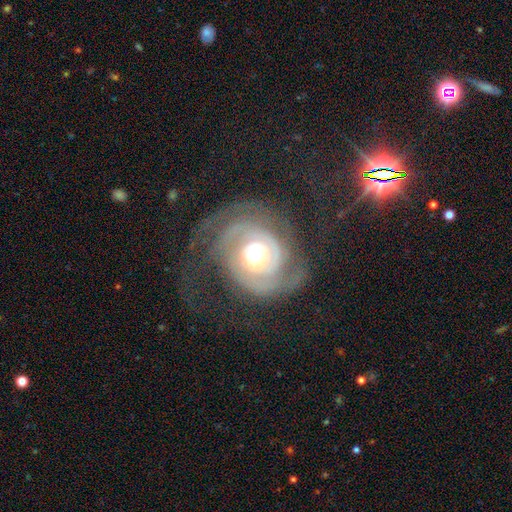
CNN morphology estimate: smooth-or-featured: featured or disk: 85% | smooth: 9% | star or artifact: 5%
  disk-edge-on: no: 98% | yes: 2%
    bar: no: 79% | weak: 16% | strong: 5%
    has-spiral-arms: yes: 93% | no: 7%
      spiral-winding: tight: 61% | medium: 28% | loose: 11%
      spiral-arm-count: 2: 45% | can't tell: 21% | 3: 14% | 1: 10% | 4: 6% | more than 4: 5%
    bulge-size: moderate: 69% | large: 19% | small: 9% | dominant: 2% | none: 1%
  merging: none: 59% | major disturbance: 21% | minor disturbance: 18% | merger: 2%